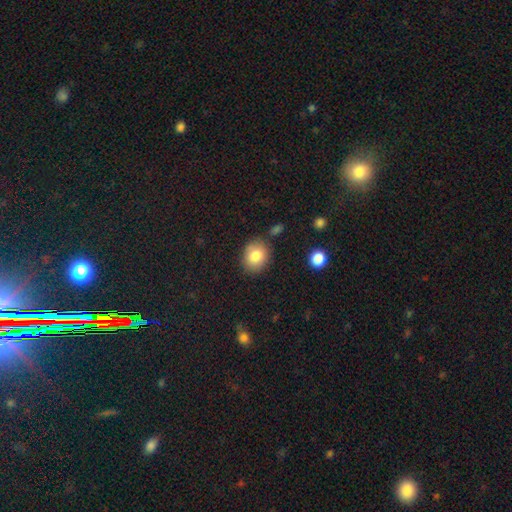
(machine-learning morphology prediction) Smooth or featured: smooth — 82% (featured or disk — 9%)
How rounded: round — 50% (in between — 49%)
Merging: none — 81% (minor disturbance — 12%)